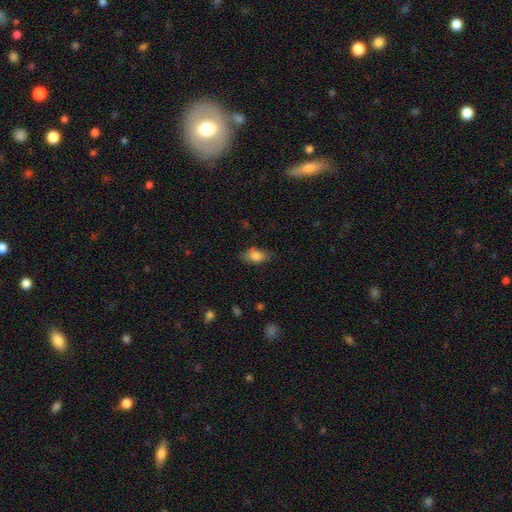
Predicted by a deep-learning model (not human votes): A smooth galaxy with no disk features (80%) that is in between round and cigar-shaped (86%).

Vote fractions:
- Smooth or featured? smooth: 80% / featured or disk: 12% / star or artifact: 8%
- How rounded? in between: 86% / round: 9% / cigar-shaped: 5%
- Merging? none: 77% / minor disturbance: 18% / major disturbance: 4% / merger: 1%